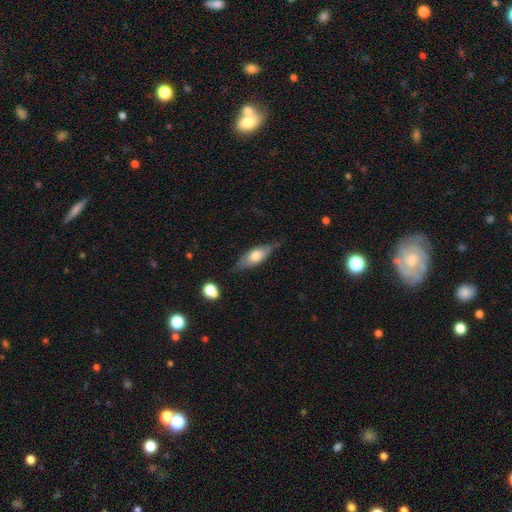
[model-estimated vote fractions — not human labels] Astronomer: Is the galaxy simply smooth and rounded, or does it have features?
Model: smooth — 56% (runner-up: featured or disk, 37%).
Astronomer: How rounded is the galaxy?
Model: in between — 66%.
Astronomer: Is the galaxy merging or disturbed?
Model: none — 66%.